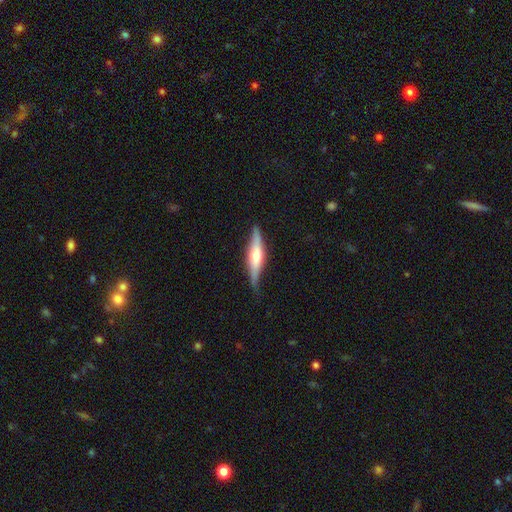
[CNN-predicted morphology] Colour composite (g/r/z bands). It shows a featured or disk galaxy (64%) viewed edge-on (94%) with a rounded central bulge (86%). Merging: none (79%).